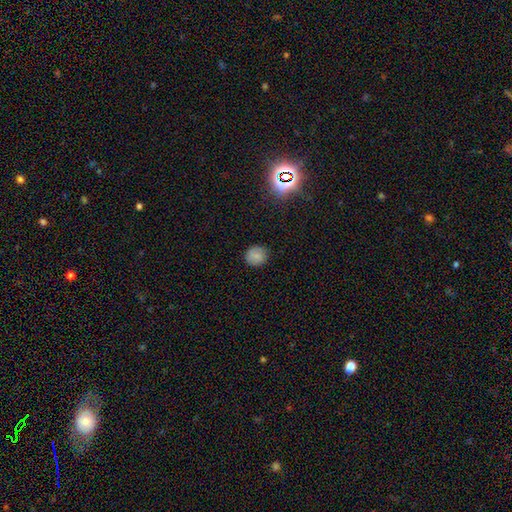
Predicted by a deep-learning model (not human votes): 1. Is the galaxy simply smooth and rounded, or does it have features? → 80% smooth, 11% star or artifact, 9% featured or disk.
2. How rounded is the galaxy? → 89% round, 10% in between, 1% cigar-shaped.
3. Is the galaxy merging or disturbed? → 87% none, 9% minor disturbance, 2% major disturbance, 1% merger.